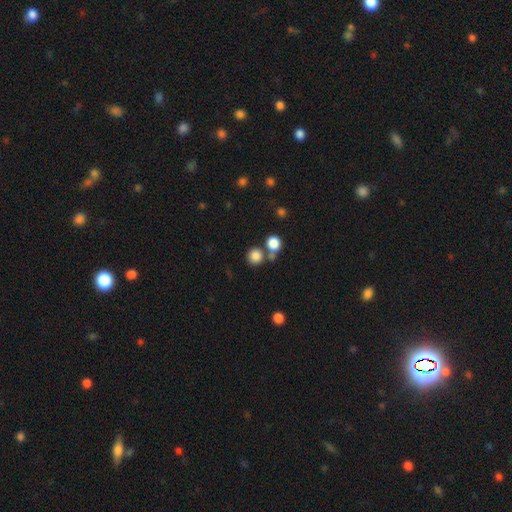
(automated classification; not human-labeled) A smooth galaxy with no disk features (84%) that is round (89%).

Vote fractions:
- Smooth or featured? smooth: 84% / star or artifact: 11% / featured or disk: 5%
- How rounded? round: 89% / in between: 10% / cigar-shaped: 1%
- Merging? none: 63% / merger: 26% / minor disturbance: 8% / major disturbance: 3%